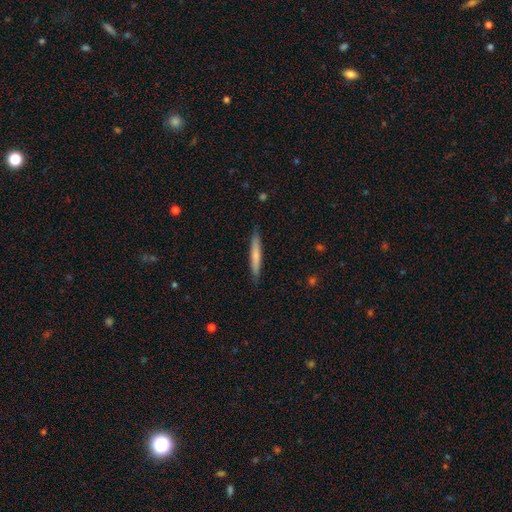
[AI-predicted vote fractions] Smooth or featured? Predicted: smooth (p=0.69). How rounded? Predicted: cigar-shaped (p=0.94). Merging? Predicted: none (p=0.88).